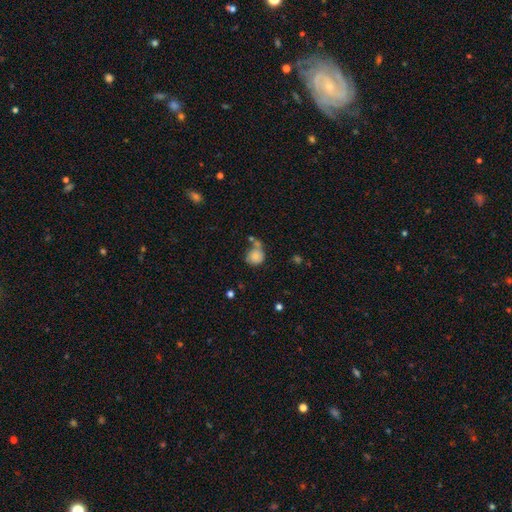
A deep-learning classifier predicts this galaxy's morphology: Smooth or featured?
  - smooth: 80% *
  - featured or disk: 12%
  - star or artifact: 9%
How rounded?
  - round: 79% *
  - in between: 20%
  - cigar-shaped: 1%
Merging?
  - none: 43% *
  - merger: 28%
  - minor disturbance: 20%
  - major disturbance: 10%